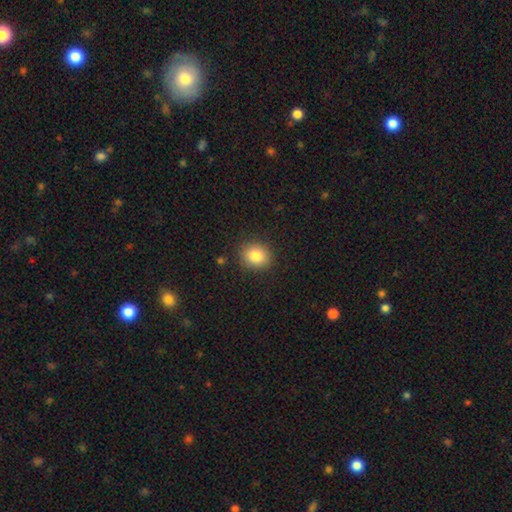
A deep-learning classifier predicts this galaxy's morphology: Overall: smooth (84%). How rounded: round (73%). Merging: none (88%).